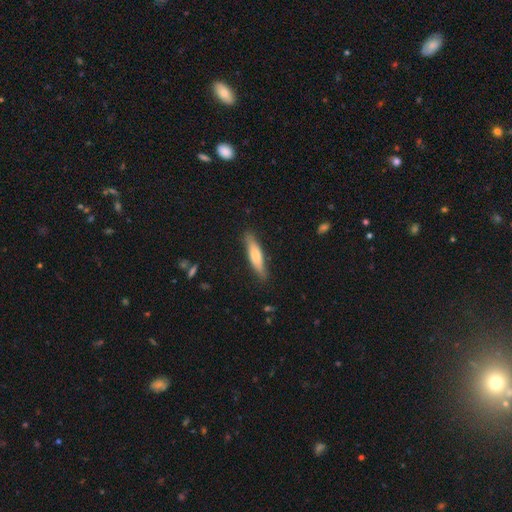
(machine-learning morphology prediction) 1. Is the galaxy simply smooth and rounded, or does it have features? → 67% smooth, 27% featured or disk, 6% star or artifact.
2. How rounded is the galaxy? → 76% cigar-shaped, 23% in between, 2% round.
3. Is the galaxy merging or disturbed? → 82% none, 14% minor disturbance, 3% major disturbance, 1% merger.